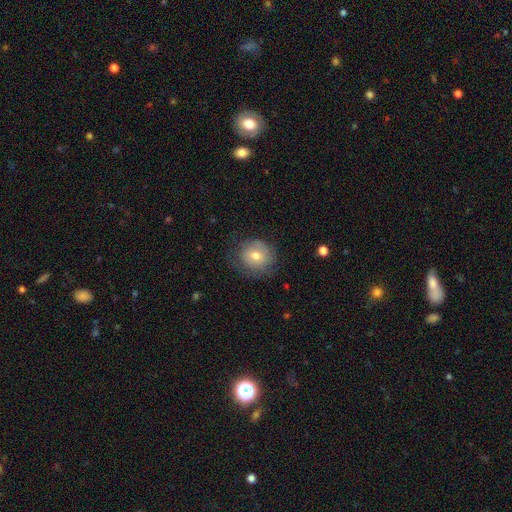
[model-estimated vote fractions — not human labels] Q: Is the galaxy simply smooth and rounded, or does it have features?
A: smooth — 67%.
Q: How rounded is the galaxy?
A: round — 79%.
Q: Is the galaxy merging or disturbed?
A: none — 64%.